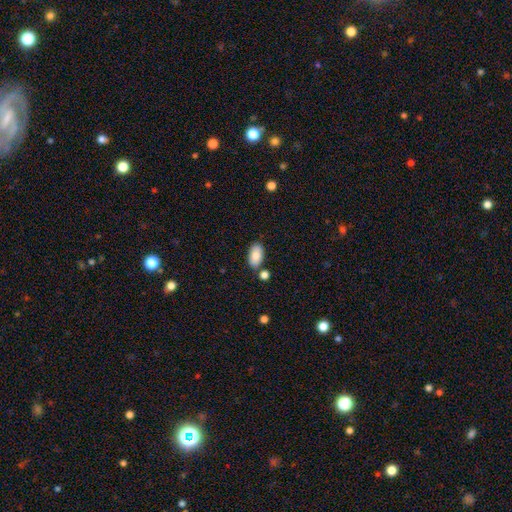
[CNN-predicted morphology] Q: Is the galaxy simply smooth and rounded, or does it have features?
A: smooth — 85%.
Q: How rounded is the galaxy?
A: in between — 94%.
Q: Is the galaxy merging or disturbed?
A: none — 78%.